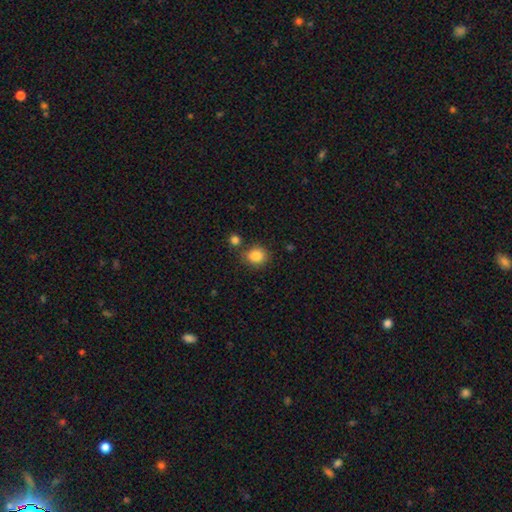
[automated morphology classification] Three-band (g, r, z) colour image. It shows a smooth galaxy with no disk features (85%) that is round (76%). Merging: none (75%).